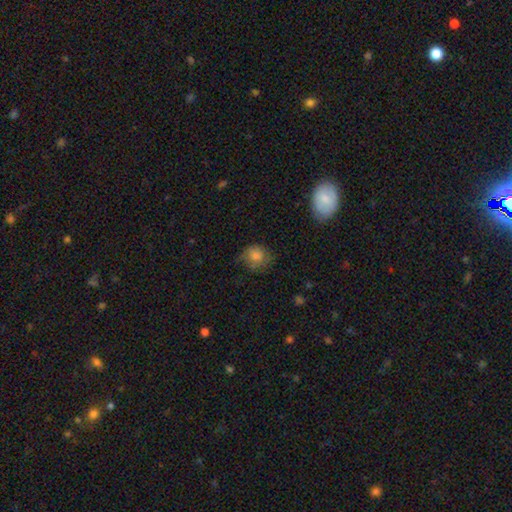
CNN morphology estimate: This is likely a smooth galaxy (77%). How rounded: likely round (80%). Merging: likely none (65%).